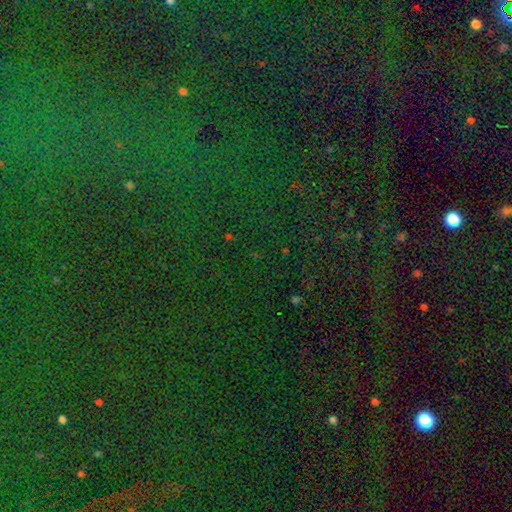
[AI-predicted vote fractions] Q: Smooth or featured?
A: star or artifact (83%); runner-up: smooth (10%)